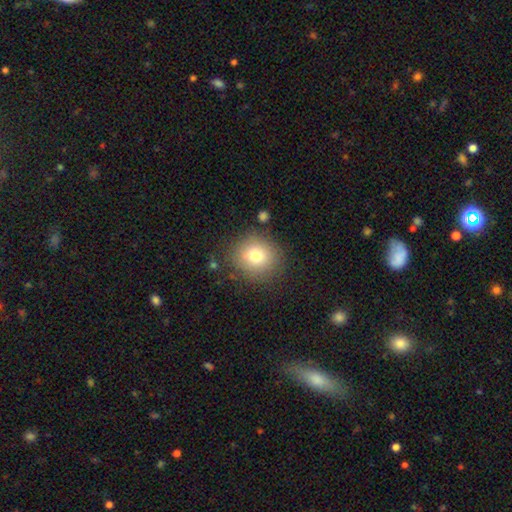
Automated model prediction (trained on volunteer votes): This is likely a smooth galaxy (77%). How rounded: clearly round (85%). Merging: clearly none (82%).